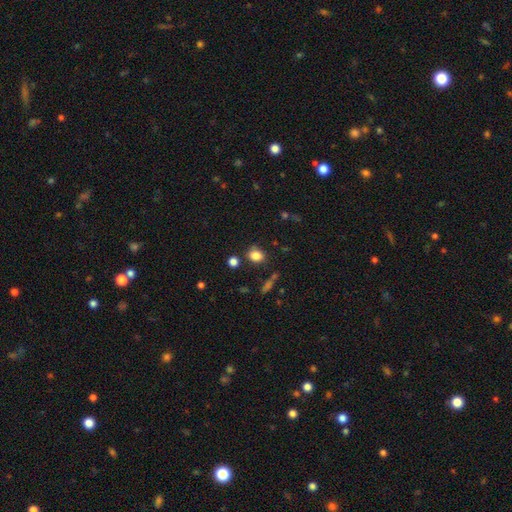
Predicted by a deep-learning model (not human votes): Smooth or featured? smooth (83%)
How rounded? round (50%)
Merging? none (78%)